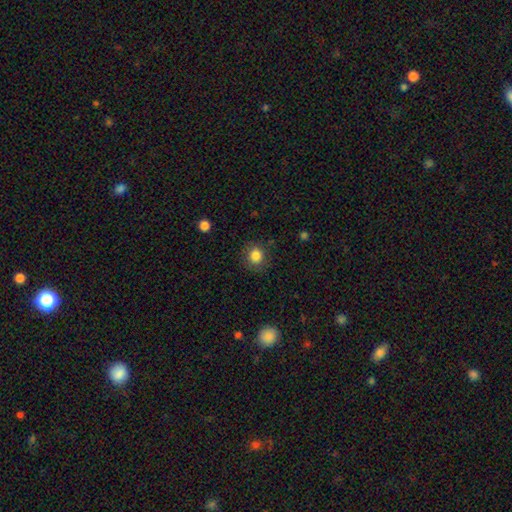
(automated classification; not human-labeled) Smooth or featured: smooth — 84% (star or artifact — 10%)
How rounded: round — 81% (in between — 18%)
Merging: none — 84% (minor disturbance — 11%)